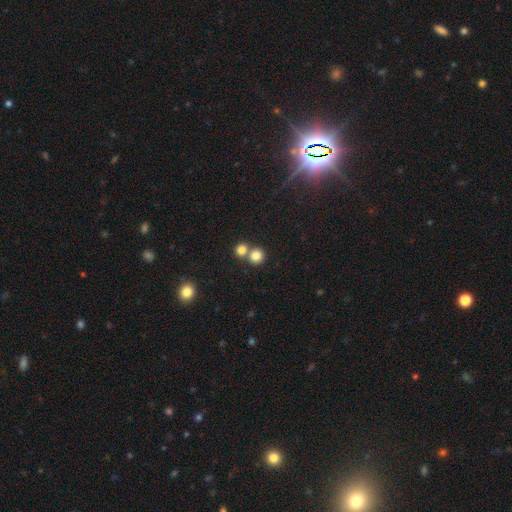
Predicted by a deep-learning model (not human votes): Smooth or featured? smooth (81%)
How rounded? round (90%)
Merging? none (54%)